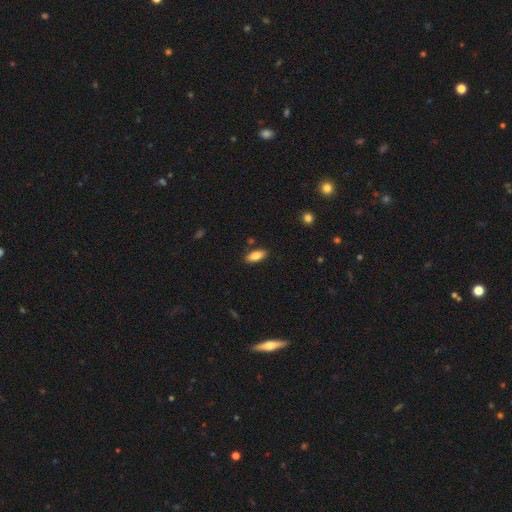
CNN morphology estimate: Smooth or featured? Predicted: smooth (p=0.81). How rounded? Predicted: in between (p=0.82). Merging? Predicted: none (p=0.86).